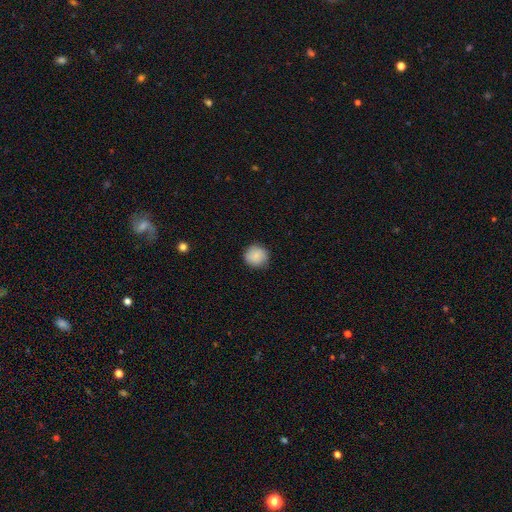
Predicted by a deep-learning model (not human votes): A smooth galaxy with no disk features (88%) that is round (93%). Merging: none (90%).